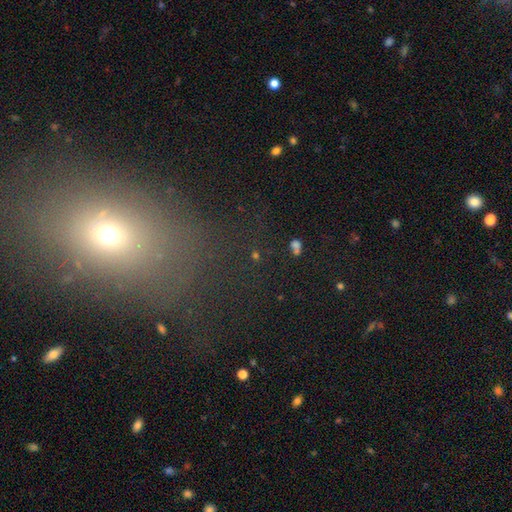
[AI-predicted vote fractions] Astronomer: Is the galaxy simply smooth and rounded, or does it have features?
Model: star or artifact — 53% (runner-up: smooth, 31%).